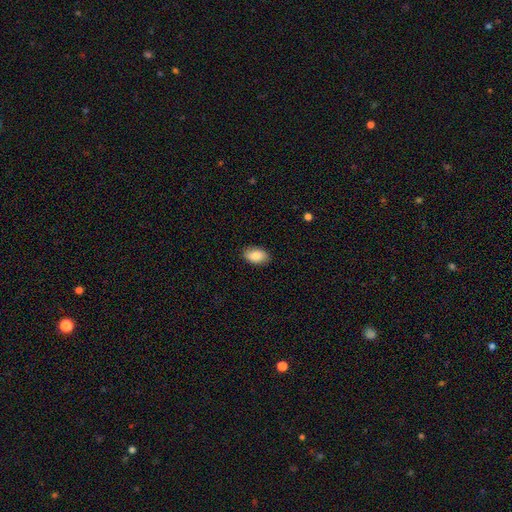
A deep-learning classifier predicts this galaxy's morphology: Smooth or featured? smooth (85%)
How rounded? in between (91%)
Merging? none (87%)